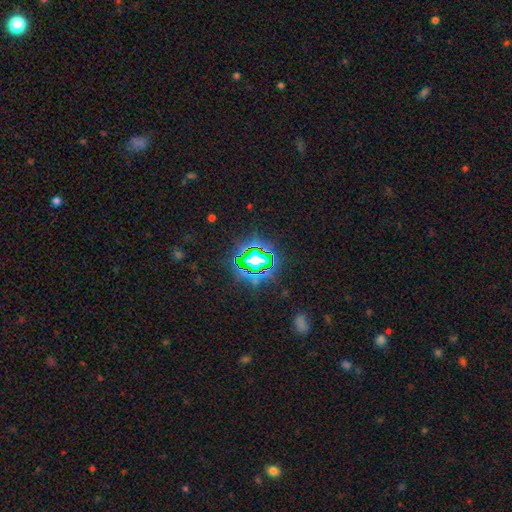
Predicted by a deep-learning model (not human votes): Smooth or featured? star or artifact (71%)